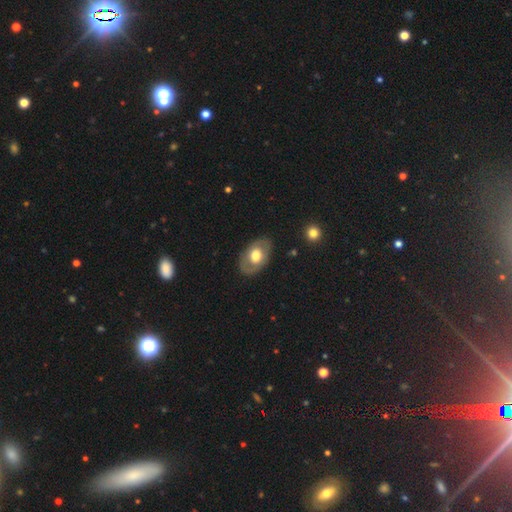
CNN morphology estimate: Smooth or featured? smooth (50%)
Merging? none (81%)